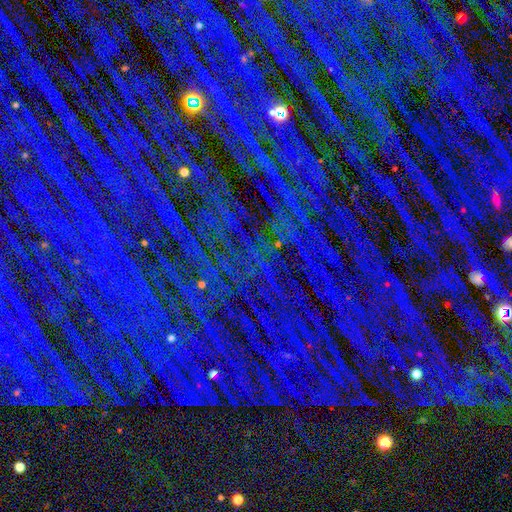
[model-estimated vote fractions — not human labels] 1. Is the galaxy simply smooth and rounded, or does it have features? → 86% star or artifact, 7% smooth, 7% featured or disk.